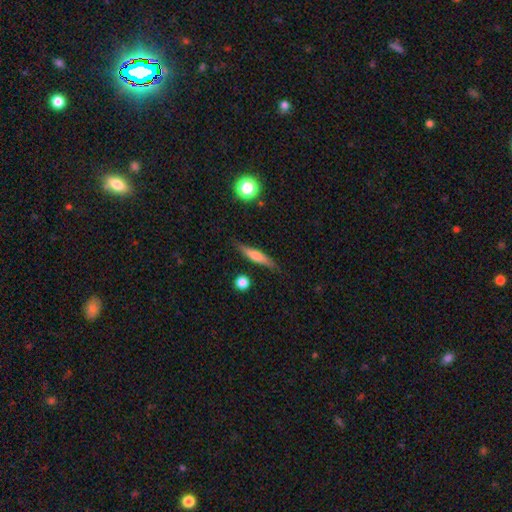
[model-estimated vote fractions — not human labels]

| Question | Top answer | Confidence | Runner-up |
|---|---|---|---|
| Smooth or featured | smooth | 55% | featured or disk (37%) |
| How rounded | cigar-shaped | 85% | in between (12%) |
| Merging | none | 83% | minor disturbance (12%) |